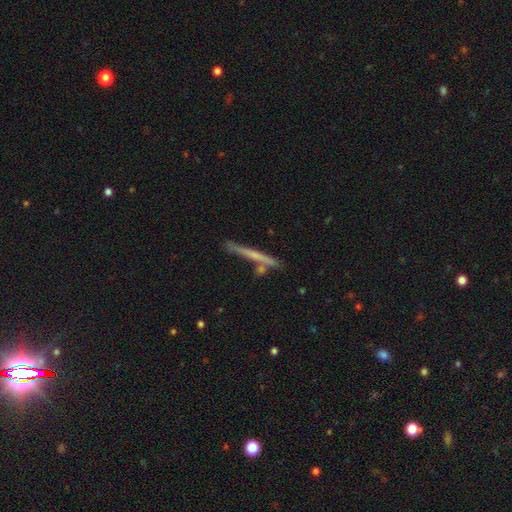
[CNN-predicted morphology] type=featured or disk (49%); merging=none (79%).